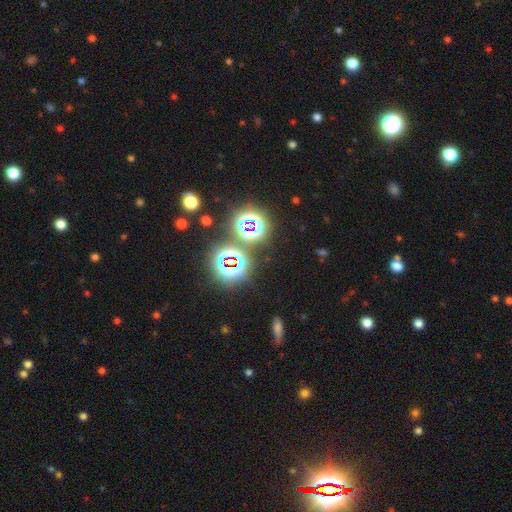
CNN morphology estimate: Q: Smooth or featured?
A: star or artifact (79%); runner-up: smooth (14%)